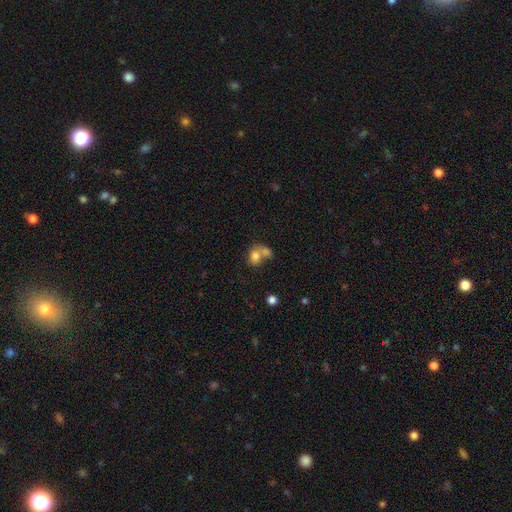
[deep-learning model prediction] Q: Smooth or featured?
A: smooth (76%); runner-up: featured or disk (13%)
Q: How rounded?
A: round (55%); runner-up: in between (44%)
Q: Merging?
A: merger (58%); runner-up: none (28%)